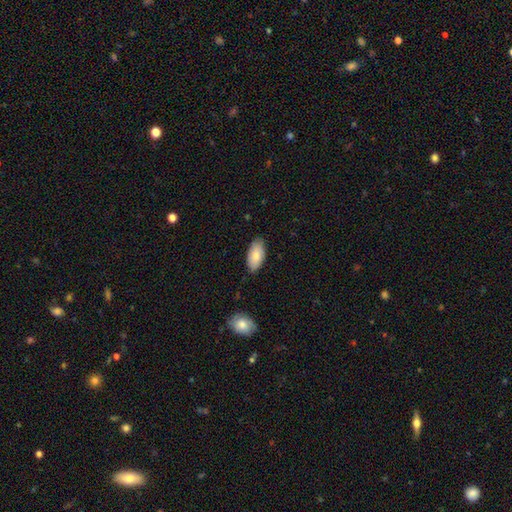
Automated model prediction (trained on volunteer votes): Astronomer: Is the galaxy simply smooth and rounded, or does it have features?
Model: smooth — 83%.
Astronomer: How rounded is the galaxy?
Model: in between — 94%.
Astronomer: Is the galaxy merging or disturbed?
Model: none — 83%.